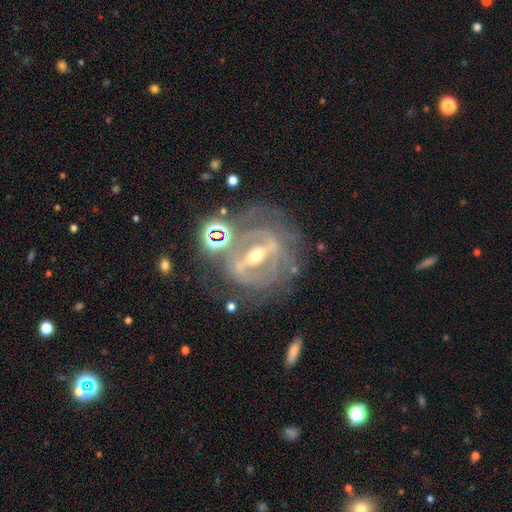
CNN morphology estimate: type=featured or disk (85%); edge-on=no (91%); bar=strong (72%); spiral arms=yes (69%); winding=tight (60%); arm count=can't tell (42%); bulge=moderate (59%); merging=none (65%).